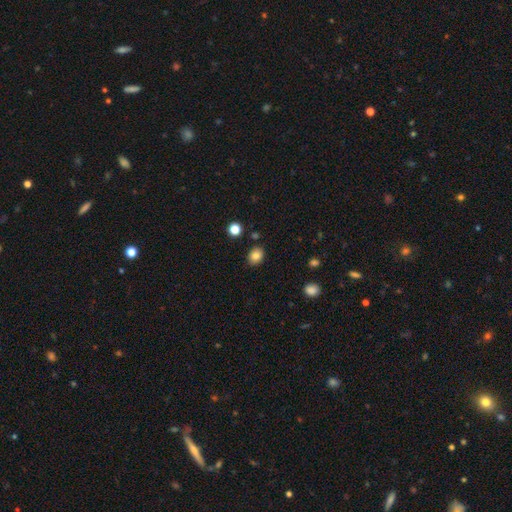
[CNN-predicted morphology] Smooth or featured? Predicted: smooth (p=0.83). How rounded? Predicted: in between (p=0.51). Merging? Predicted: none (p=0.85).